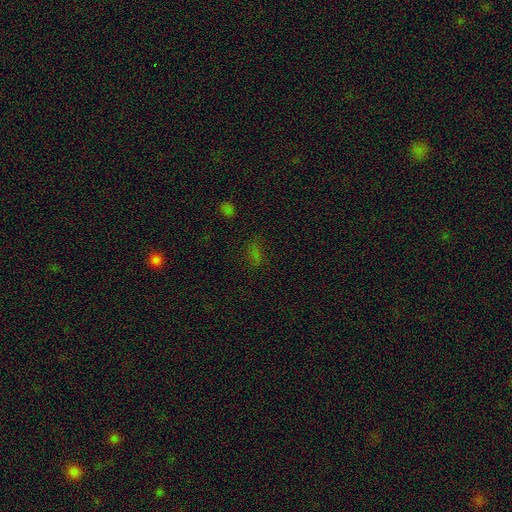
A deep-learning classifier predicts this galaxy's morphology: Smooth or featured? smooth (52%)
How rounded? in between (75%)
Merging? none (70%)